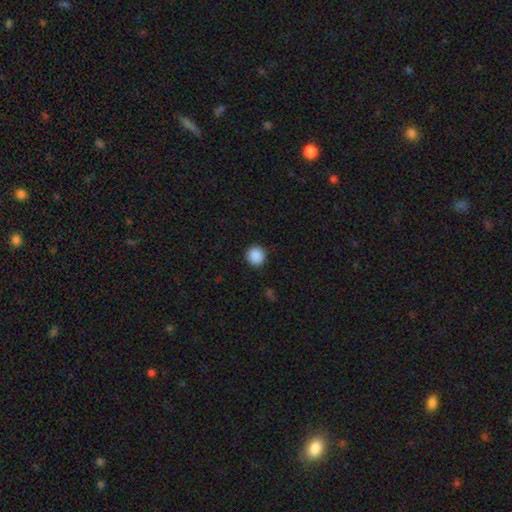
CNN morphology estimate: smooth_or_featured: smooth (p=0.89) [alt: star or artifact p=0.09]
how_rounded: round (p=0.94) [alt: in between p=0.05]
merging: none (p=0.91) [alt: minor disturbance p=0.06]